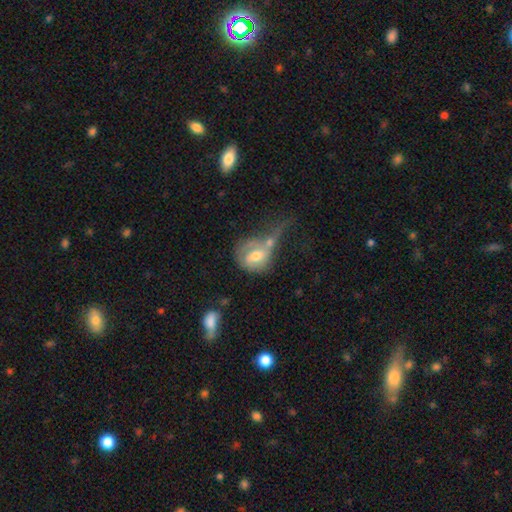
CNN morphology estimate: Smooth or featured? Predicted: featured or disk (p=0.47). Merging? Predicted: merger (p=0.43).